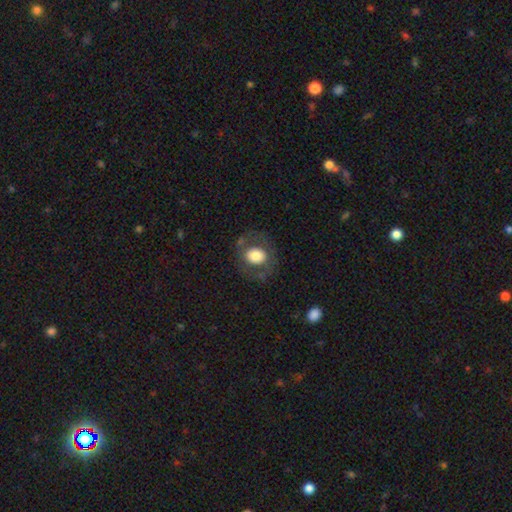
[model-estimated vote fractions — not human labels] The model was most divided on "how rounded": round: 65%, in between: 34%, cigar-shaped: 1%. More confident: merging — none (75%); smooth or featured — smooth (68%).